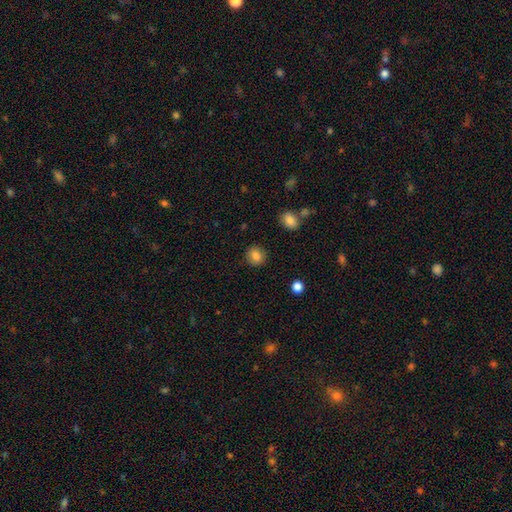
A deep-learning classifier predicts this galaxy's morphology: Smooth or featured: smooth — 83% (star or artifact — 10%)
How rounded: round — 79% (in between — 20%)
Merging: none — 88% (minor disturbance — 8%)